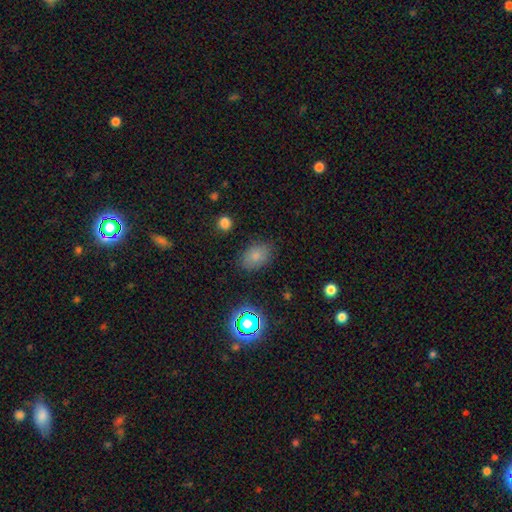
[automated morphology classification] Smooth or featured? smooth (77%)
How rounded? in between (82%)
Merging? none (82%)